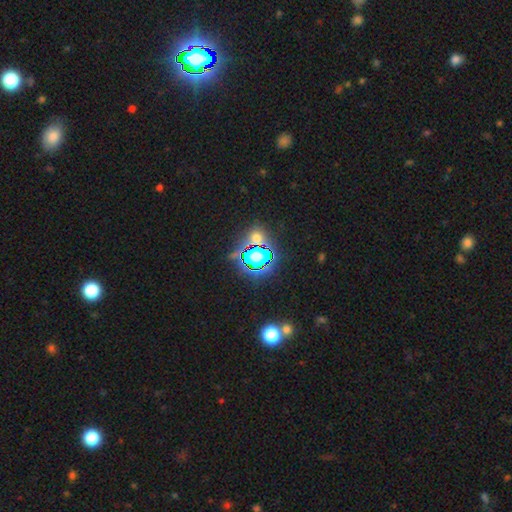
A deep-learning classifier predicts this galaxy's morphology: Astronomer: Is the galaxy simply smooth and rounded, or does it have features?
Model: star or artifact — 64%.